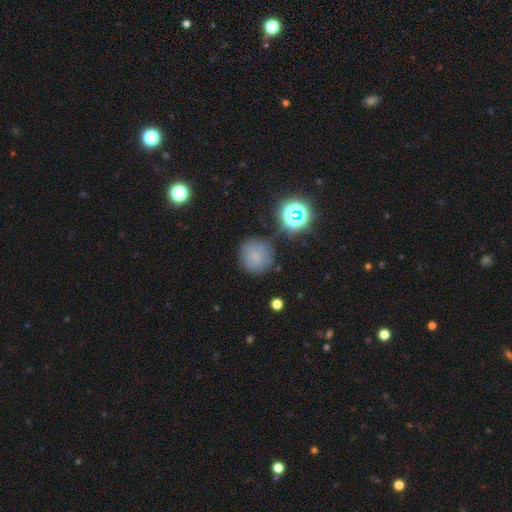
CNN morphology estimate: A smooth galaxy with no disk features (70%) that is round (90%). Merging: none (70%).